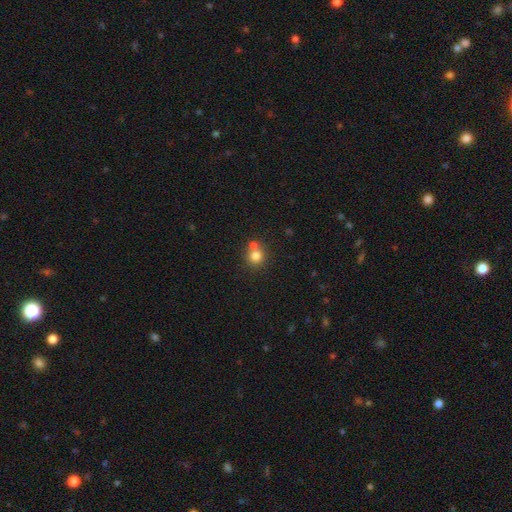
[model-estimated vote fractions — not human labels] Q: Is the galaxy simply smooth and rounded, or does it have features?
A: smooth — 79%.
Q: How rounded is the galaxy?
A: round — 89%.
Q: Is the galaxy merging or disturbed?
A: none — 55%.